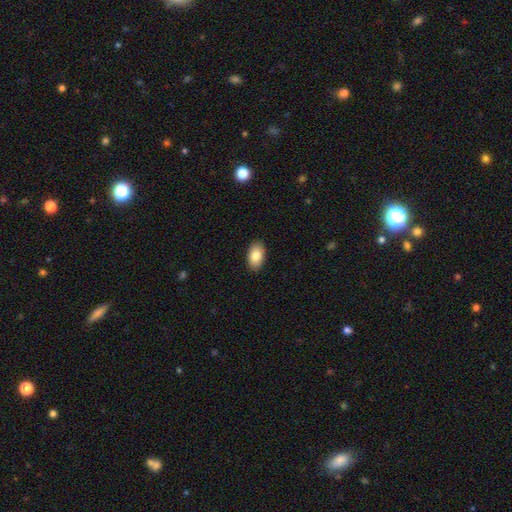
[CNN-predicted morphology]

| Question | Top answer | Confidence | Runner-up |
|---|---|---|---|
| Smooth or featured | smooth | 84% | featured or disk (9%) |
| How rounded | in between | 94% | round (5%) |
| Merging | none | 90% | minor disturbance (8%) |